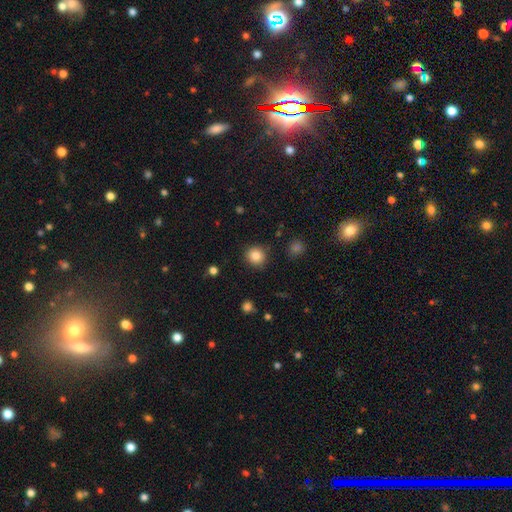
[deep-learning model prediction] smooth 85%, star or artifact 10%, featured or disk 5%. Down the decision tree: how rounded — round (92%); merging — none (89%).